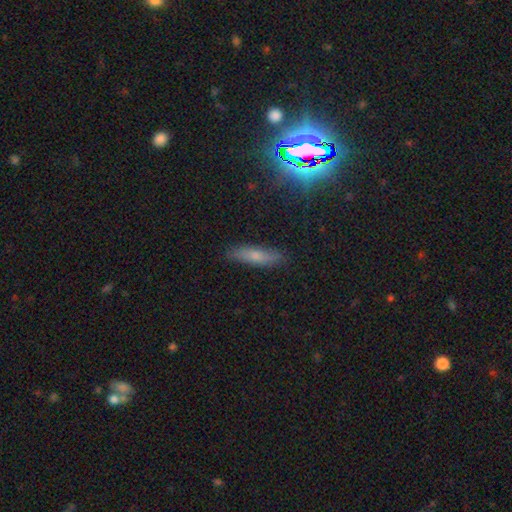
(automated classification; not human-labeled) smooth-or-featured: smooth: 62% | featured or disk: 26% | star or artifact: 13%
  how-rounded: cigar-shaped: 71% | in between: 26% | round: 3%
  merging: none: 85% | minor disturbance: 11% | major disturbance: 2% | merger: 1%